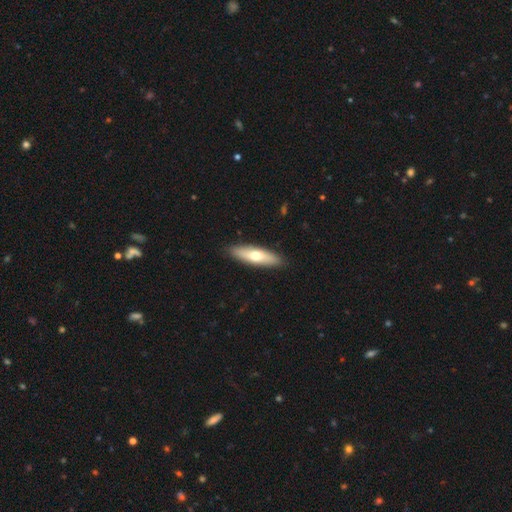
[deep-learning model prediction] Smooth or featured: smooth — 60% (featured or disk — 35%)
How rounded: cigar-shaped — 58% (in between — 40%)
Merging: none — 90% (minor disturbance — 8%)